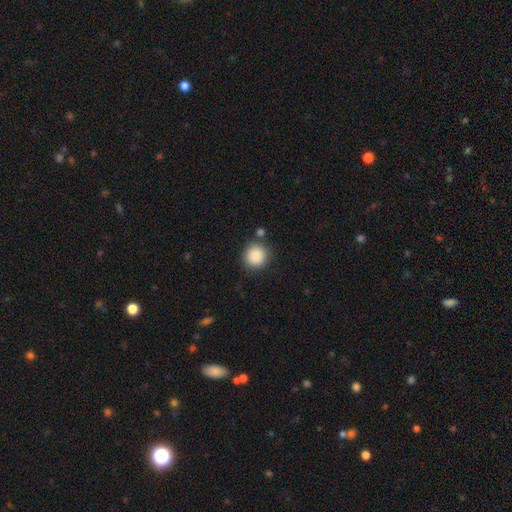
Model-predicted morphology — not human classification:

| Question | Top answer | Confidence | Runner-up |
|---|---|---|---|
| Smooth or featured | smooth | 88% | star or artifact (8%) |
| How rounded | round | 93% | in between (6%) |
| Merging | none | 83% | minor disturbance (9%) |